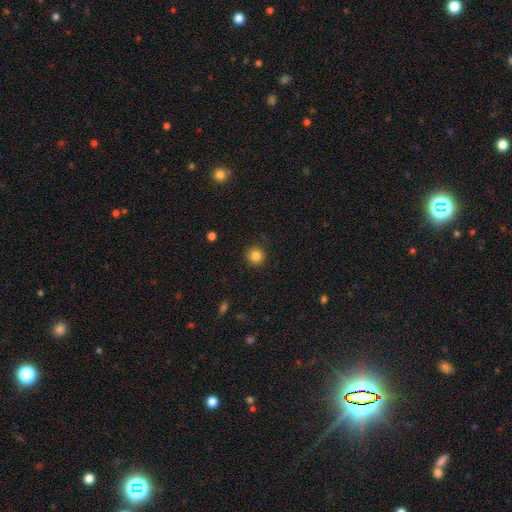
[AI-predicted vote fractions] Smooth or featured? smooth (84%)
How rounded? round (94%)
Merging? none (91%)